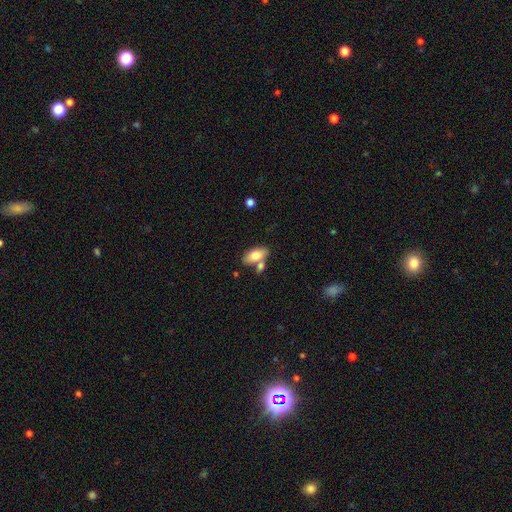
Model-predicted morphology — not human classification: A smooth galaxy with no disk features (76%) that is in between round and cigar-shaped (90%). Merging: none (57%).